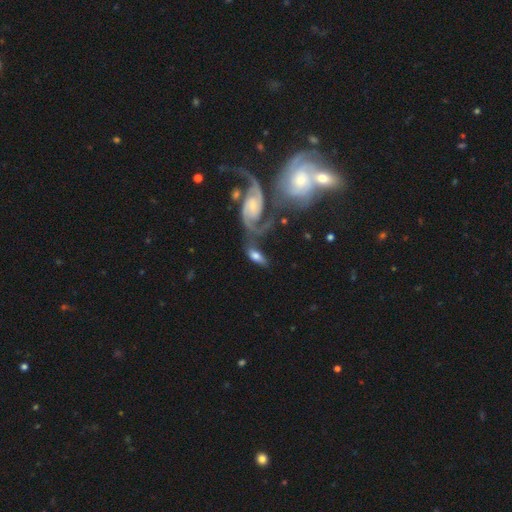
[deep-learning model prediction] featured or disk 47%, smooth 46%, star or artifact 7%. Down the decision tree: merging — none (42%).